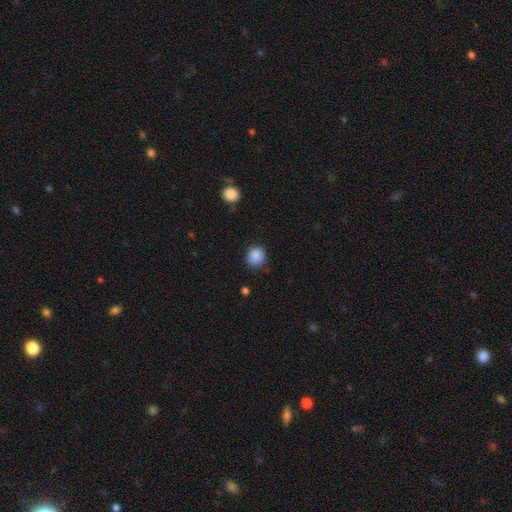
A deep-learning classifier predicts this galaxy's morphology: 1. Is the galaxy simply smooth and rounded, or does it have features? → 86% smooth, 9% star or artifact, 5% featured or disk.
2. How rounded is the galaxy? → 86% round, 13% in between, 1% cigar-shaped.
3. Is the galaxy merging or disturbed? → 81% none, 15% minor disturbance, 3% major disturbance, 1% merger.